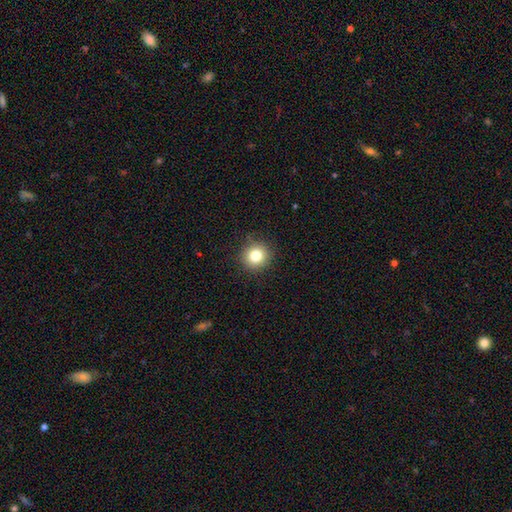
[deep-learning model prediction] Smooth or featured: smooth — 81% (star or artifact — 12%)
How rounded: round — 92% (in between — 7%)
Merging: none — 90% (minor disturbance — 7%)